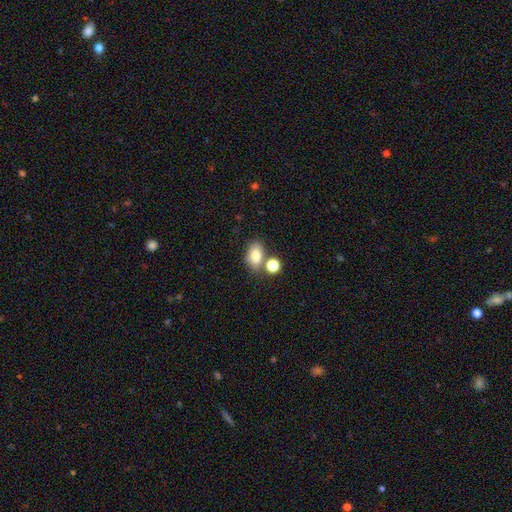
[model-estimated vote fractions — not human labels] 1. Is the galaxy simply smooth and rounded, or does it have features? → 79% smooth, 11% star or artifact, 11% featured or disk.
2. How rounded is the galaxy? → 82% in between, 16% round, 2% cigar-shaped.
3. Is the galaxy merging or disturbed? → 58% none, 22% merger, 15% minor disturbance, 5% major disturbance.